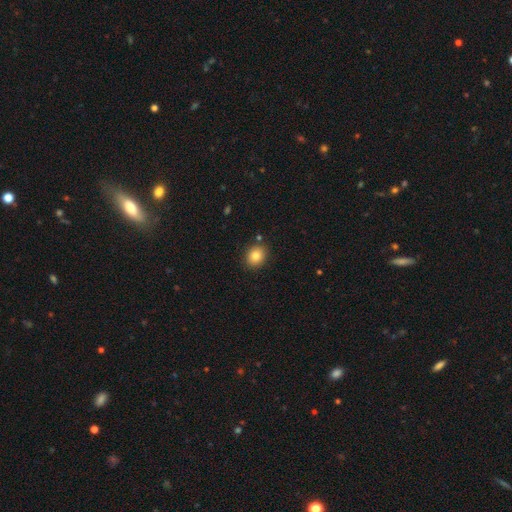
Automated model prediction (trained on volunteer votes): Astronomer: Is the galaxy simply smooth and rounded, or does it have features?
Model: smooth — 82%.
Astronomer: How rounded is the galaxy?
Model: round — 64%.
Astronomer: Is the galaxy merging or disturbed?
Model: none — 87%.